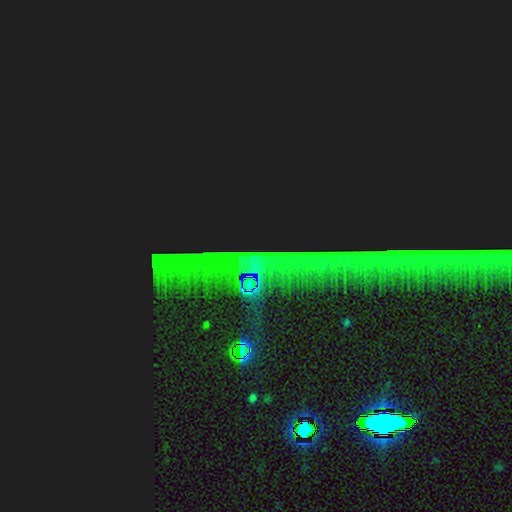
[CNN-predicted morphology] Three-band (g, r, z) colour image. It shows a star or artifact, not a galaxy (83%).